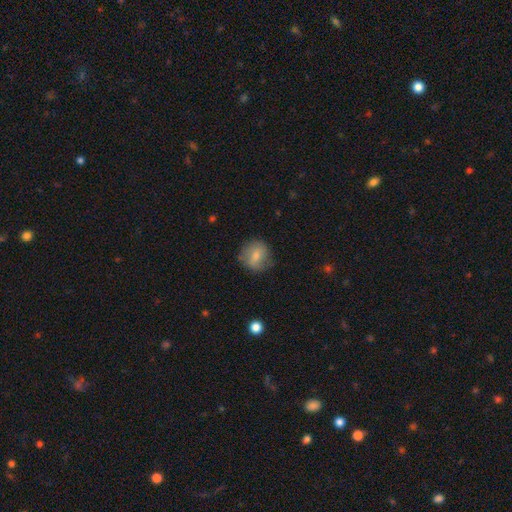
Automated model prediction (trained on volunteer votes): smooth-or-featured: smooth: 68% | featured or disk: 24% | star or artifact: 8%
  how-rounded: round: 83% | in between: 16% | cigar-shaped: 1%
  merging: none: 73% | minor disturbance: 20% | major disturbance: 6% | merger: 1%